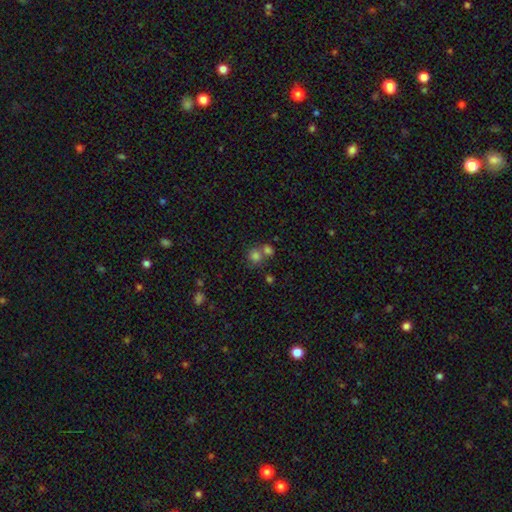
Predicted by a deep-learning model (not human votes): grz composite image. It shows a smooth galaxy with no disk features (77%) that is round (80%). Merging: none (46%).